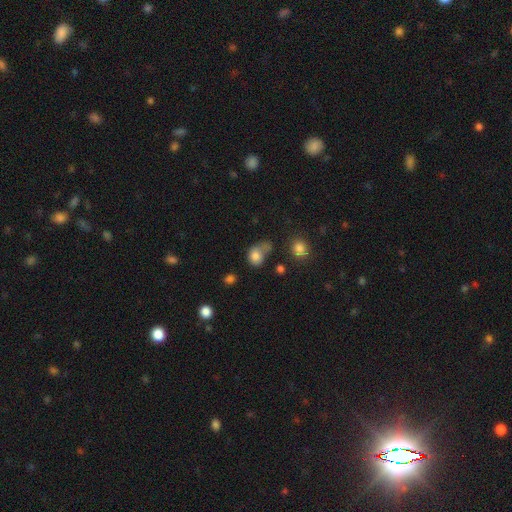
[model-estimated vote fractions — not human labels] This is likely a smooth galaxy (78%). How rounded: possibly in between (52%). Merging: marginally none (30%).